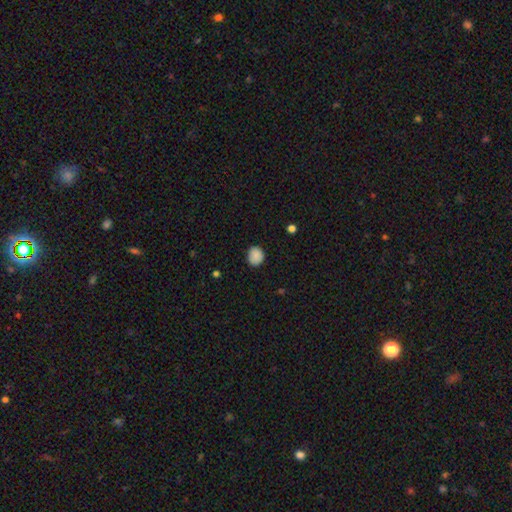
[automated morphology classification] smooth_or_featured: smooth (p=0.87) [alt: star or artifact p=0.09]
how_rounded: round (p=0.71) [alt: in between p=0.28]
merging: none (p=0.82) [alt: minor disturbance p=0.14]